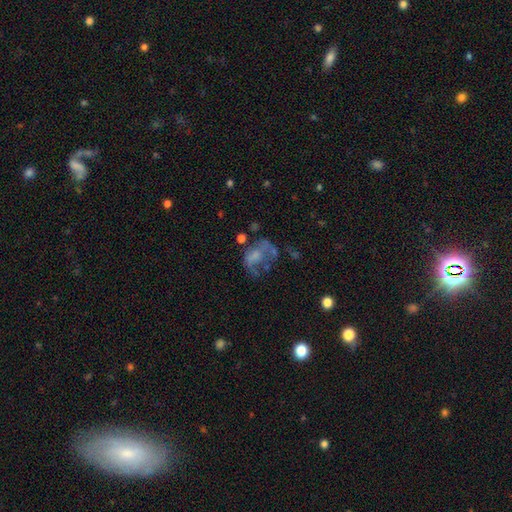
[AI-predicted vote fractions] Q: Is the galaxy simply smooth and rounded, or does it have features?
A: featured or disk — 50%.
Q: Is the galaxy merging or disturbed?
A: major disturbance — 43%.